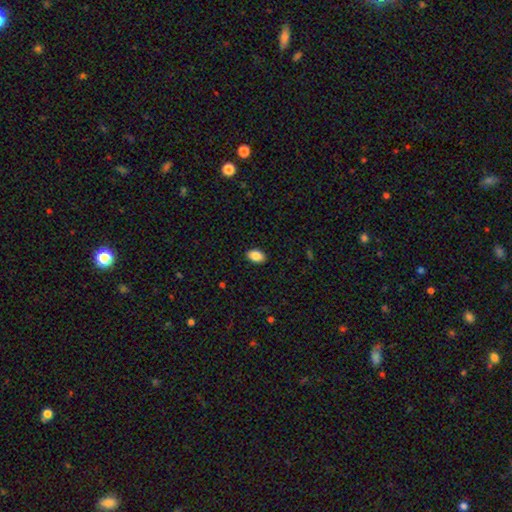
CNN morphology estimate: Q: Smooth or featured?
A: smooth (86%); runner-up: star or artifact (8%)
Q: How rounded?
A: in between (89%); runner-up: round (9%)
Q: Merging?
A: none (90%); runner-up: minor disturbance (7%)